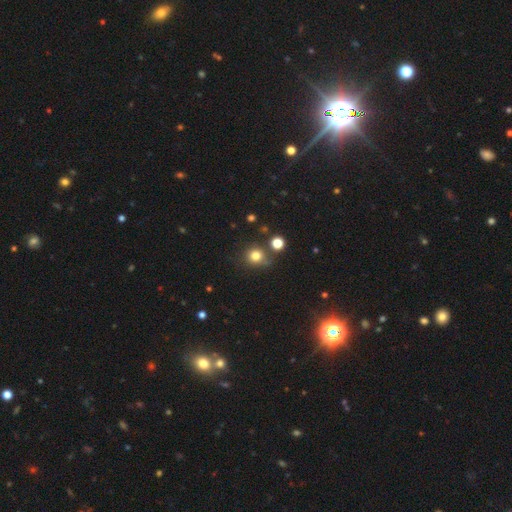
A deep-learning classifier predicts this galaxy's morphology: A smooth galaxy with no disk features (79%) that is round (87%).

Vote fractions:
- Smooth or featured? smooth: 79% / star or artifact: 14% / featured or disk: 7%
- How rounded? round: 87% / in between: 12% / cigar-shaped: 1%
- Merging? none: 71% / minor disturbance: 15% / merger: 9% / major disturbance: 5%